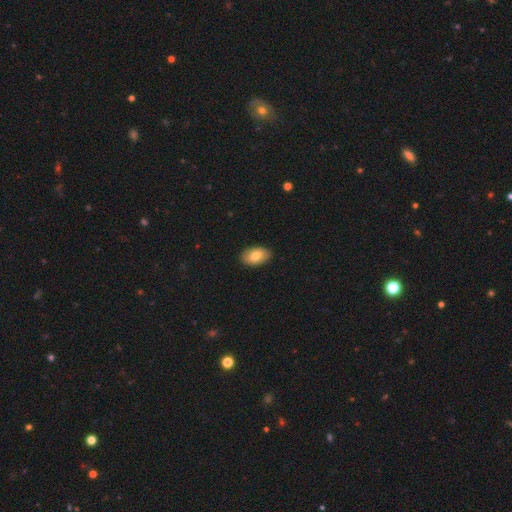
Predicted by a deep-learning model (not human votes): Morphology: type=smooth (75%); roundness=in between (92%); merging=none (88%).